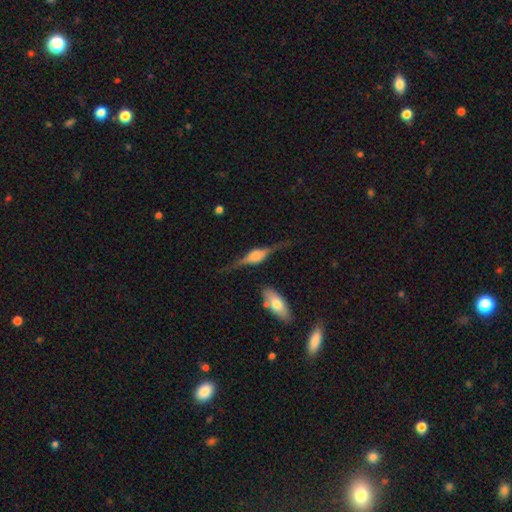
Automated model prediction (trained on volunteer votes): Overall: featured or disk (83%). Edge-on disk: yes (97%). Edge-on bulge: rounded (79%). Merging: none (75%).